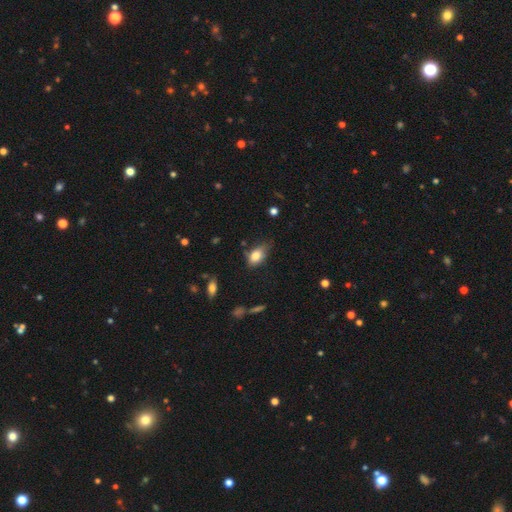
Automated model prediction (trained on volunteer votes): smooth_or_featured: smooth (p=0.80) [alt: featured or disk p=0.11]
how_rounded: in between (p=0.85) [alt: round p=0.12]
merging: none (p=0.53) [alt: minor disturbance p=0.35]